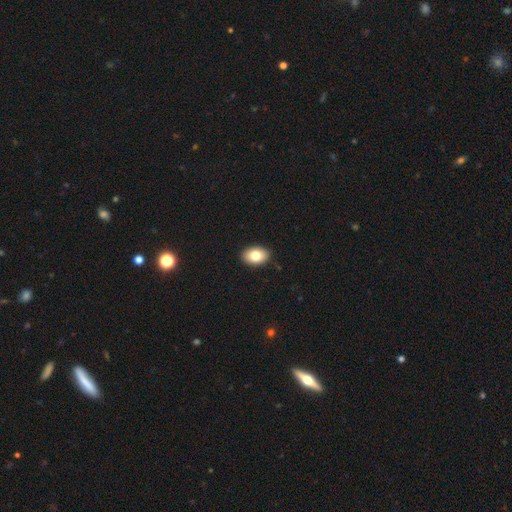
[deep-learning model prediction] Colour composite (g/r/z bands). It shows a smooth galaxy with no disk features (80%) that is in between round and cigar-shaped (87%). Merging: none (90%).